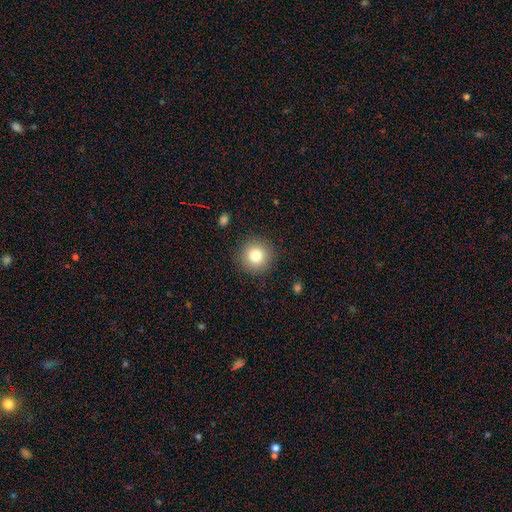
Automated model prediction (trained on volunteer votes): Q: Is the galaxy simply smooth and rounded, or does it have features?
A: smooth — 81%.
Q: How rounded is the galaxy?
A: round — 95%.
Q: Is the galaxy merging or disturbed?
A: none — 90%.